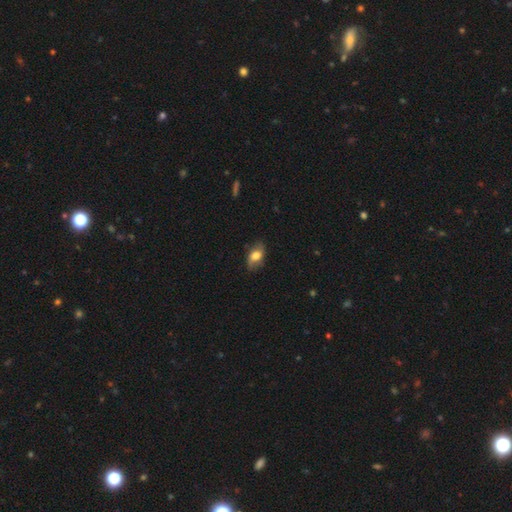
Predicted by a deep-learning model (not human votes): Q: Smooth or featured?
A: smooth (62%); runner-up: featured or disk (30%)
Q: How rounded?
A: in between (87%); runner-up: round (10%)
Q: Merging?
A: none (75%); runner-up: minor disturbance (19%)